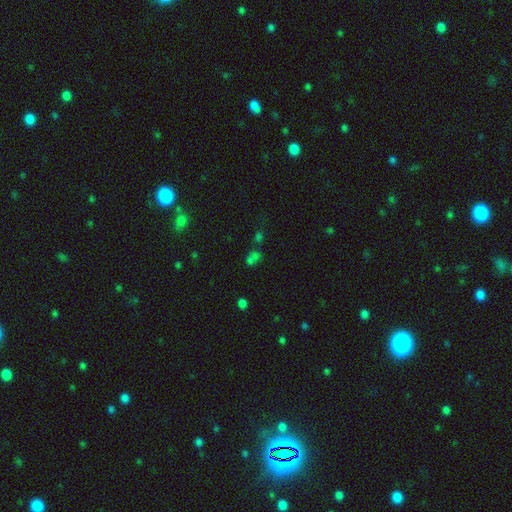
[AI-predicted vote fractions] Smooth or featured? Predicted: star or artifact (p=0.54).